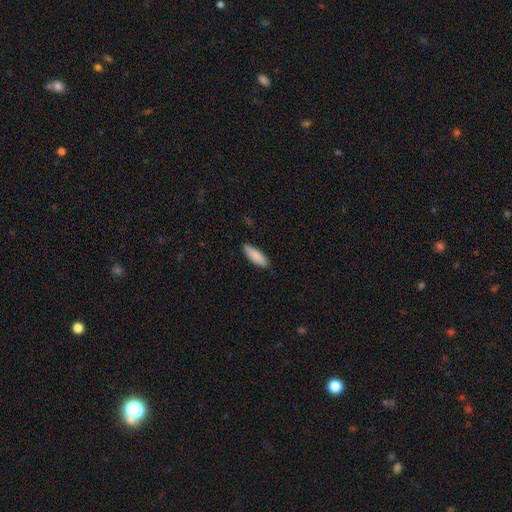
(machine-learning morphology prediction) smooth_or_featured: smooth (p=0.87) [alt: featured or disk p=0.07]
how_rounded: cigar-shaped (p=0.50) [alt: in between p=0.48]
merging: none (p=0.88) [alt: minor disturbance p=0.10]